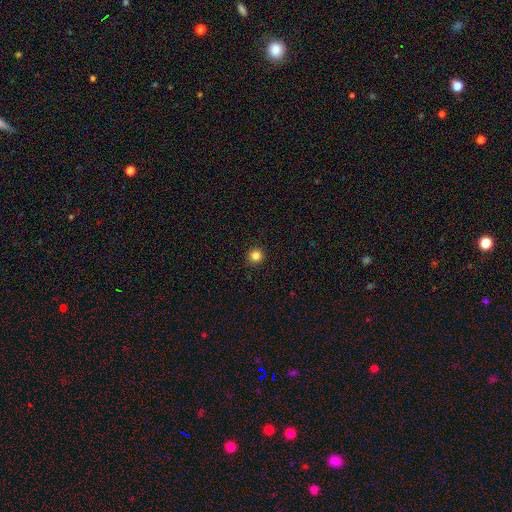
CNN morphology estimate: Smooth or featured?
  - smooth: 85% *
  - star or artifact: 12%
  - featured or disk: 4%
How rounded?
  - round: 95% *
  - in between: 4%
  - cigar-shaped: 1%
Merging?
  - none: 92% *
  - minor disturbance: 5%
  - major disturbance: 2%
  - merger: 1%